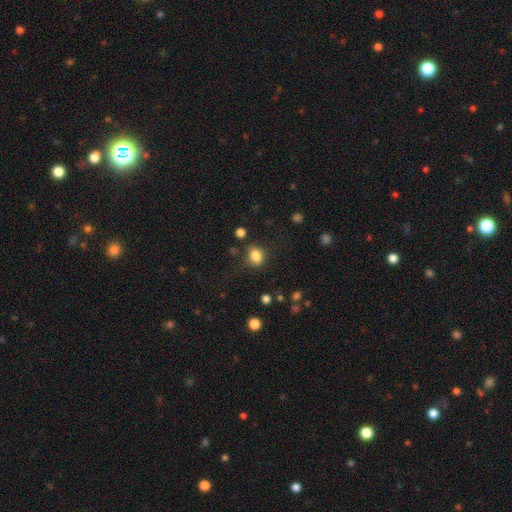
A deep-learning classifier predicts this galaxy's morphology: smooth-or-featured: smooth: 83% | star or artifact: 11% | featured or disk: 6%
  how-rounded: in between: 57% | round: 42% | cigar-shaped: 1%
  merging: none: 76% | minor disturbance: 15% | major disturbance: 6% | merger: 3%